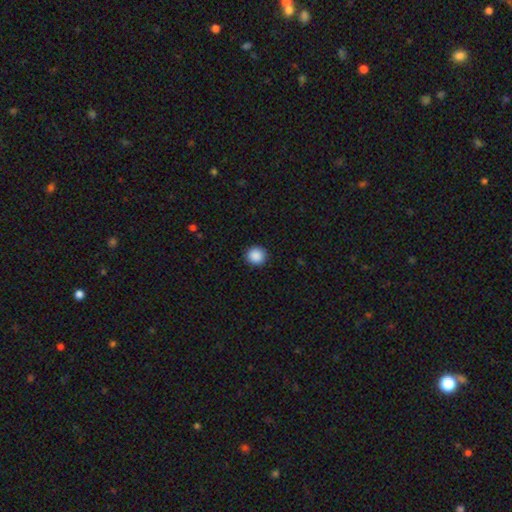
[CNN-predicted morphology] smooth-or-featured: smooth: 89% | star or artifact: 9% | featured or disk: 2%
  how-rounded: round: 93% | in between: 6% | cigar-shaped: 1%
  merging: none: 92% | minor disturbance: 5% | major disturbance: 2% | merger: 1%